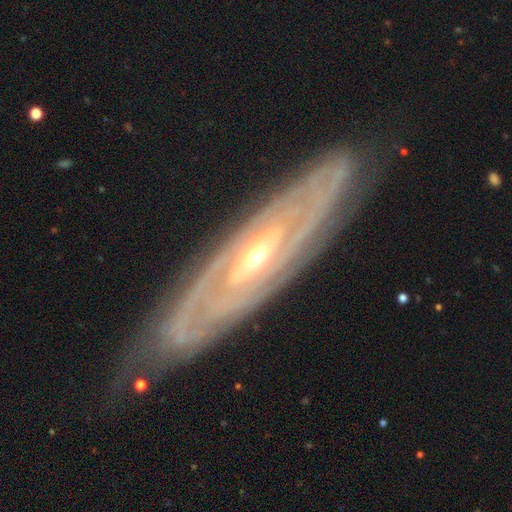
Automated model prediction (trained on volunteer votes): This is clearly a featured or disk galaxy (85%). It is likely not viewed edge-on (77%). Bar: likely no (68%). Spiral arm pattern: likely yes (73%). Central bulge: possibly moderate (57%). Merging: likely none (78%).